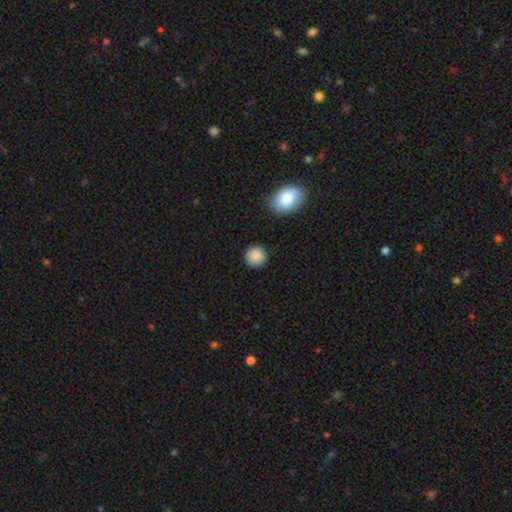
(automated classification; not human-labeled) This is clearly a smooth galaxy (88%). How rounded: clearly round (92%). Merging: clearly none (89%).